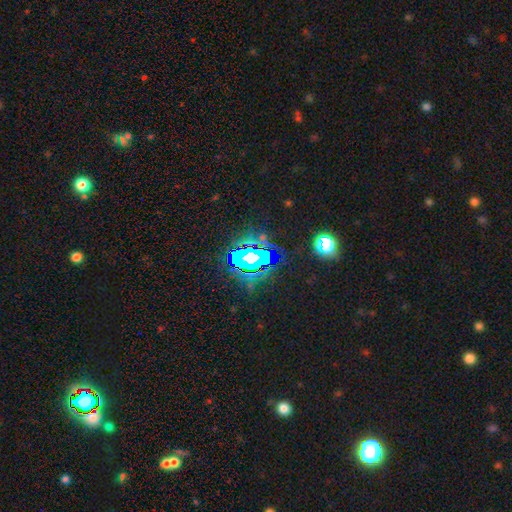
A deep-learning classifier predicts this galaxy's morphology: Overall: star or artifact (79%).